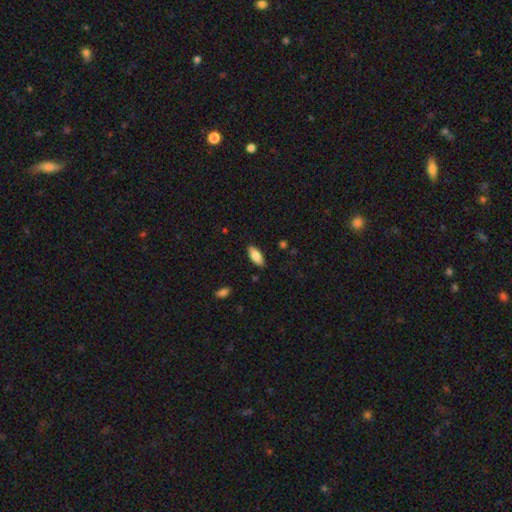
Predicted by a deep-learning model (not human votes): smooth 82%, featured or disk 12%, star or artifact 6%. Down the decision tree: how rounded — in between (84%); merging — none (87%).